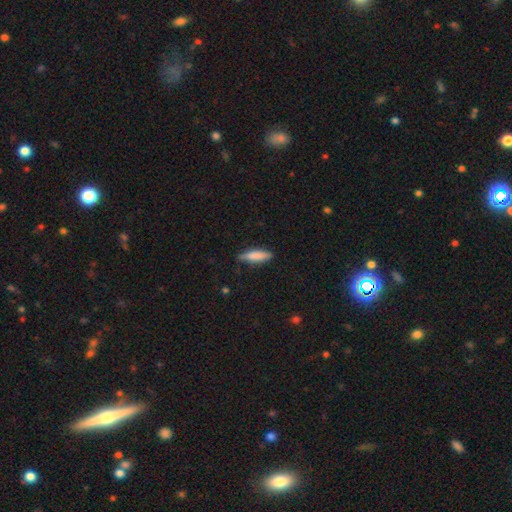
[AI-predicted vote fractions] Smooth or featured?
  - smooth: 78% *
  - featured or disk: 16%
  - star or artifact: 6%
How rounded?
  - cigar-shaped: 69% *
  - in between: 29%
  - round: 2%
Merging?
  - none: 81% *
  - minor disturbance: 15%
  - major disturbance: 3%
  - merger: 1%